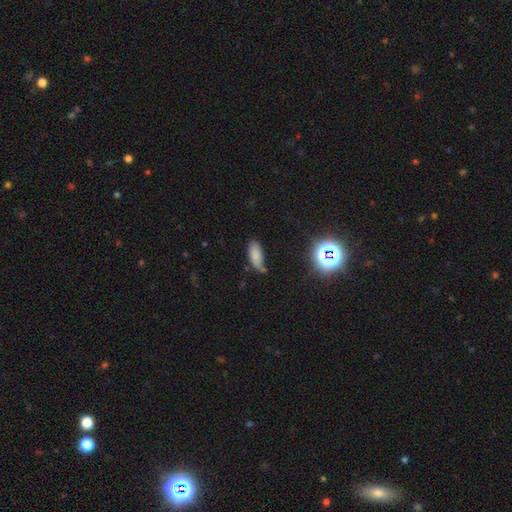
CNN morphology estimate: smooth_or_featured: smooth (p=0.75) [alt: star or artifact p=0.14]
how_rounded: in between (p=0.82) [alt: cigar-shaped p=0.15]
merging: none (p=0.51) [alt: minor disturbance p=0.32]